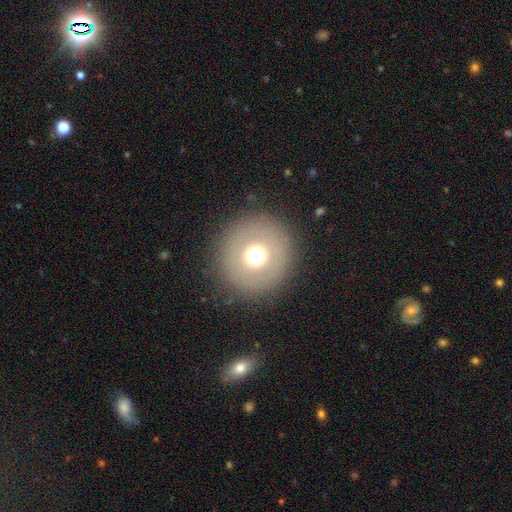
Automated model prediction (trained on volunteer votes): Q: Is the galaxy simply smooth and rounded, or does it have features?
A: smooth — 65%.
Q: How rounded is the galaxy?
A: round — 96%.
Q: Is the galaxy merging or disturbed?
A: none — 90%.